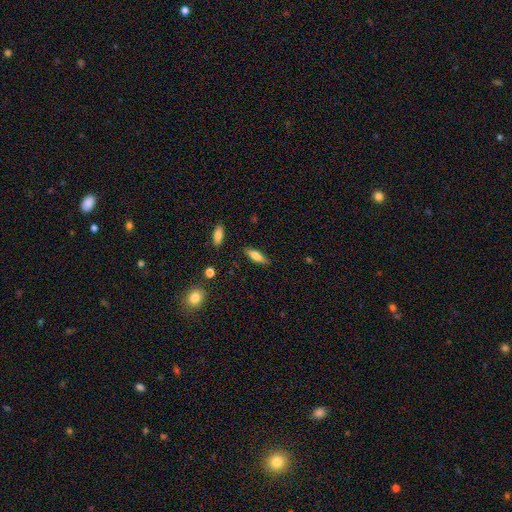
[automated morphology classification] This is likely a smooth galaxy (70%). How rounded: possibly in between (55%). Merging: clearly none (83%).